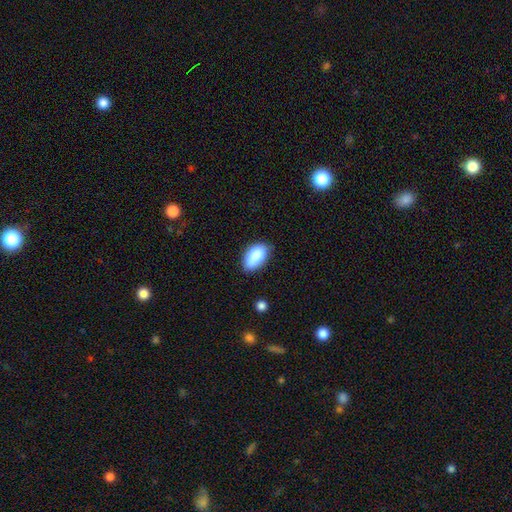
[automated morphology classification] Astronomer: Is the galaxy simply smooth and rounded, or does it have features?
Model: smooth — 85%.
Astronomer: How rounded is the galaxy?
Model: in between — 93%.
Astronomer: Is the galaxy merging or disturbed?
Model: none — 67%.